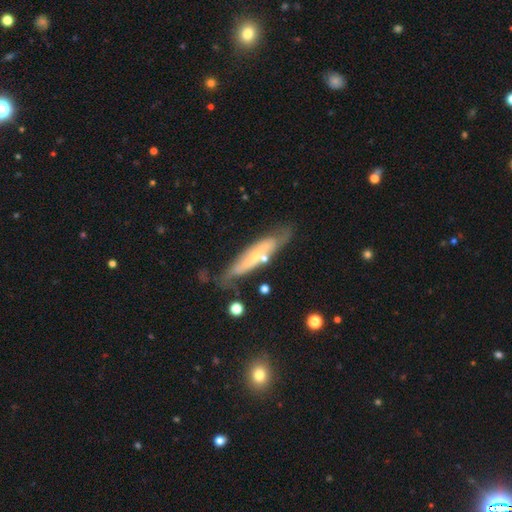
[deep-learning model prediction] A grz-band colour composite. It shows a featured or disk galaxy (60%) viewed edge-on (54%). Merging: none (64%).